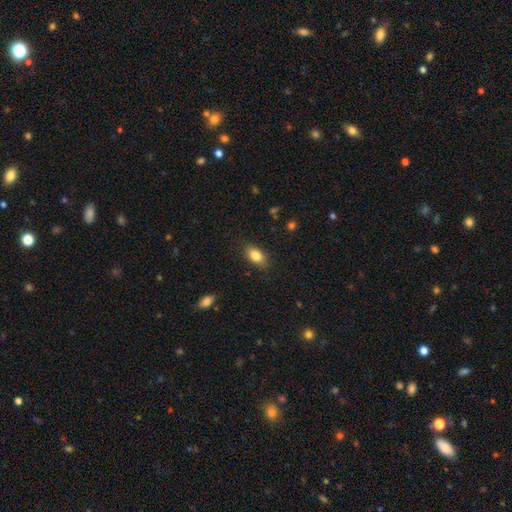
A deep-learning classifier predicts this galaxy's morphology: A smooth galaxy with no disk features (83%) that is in between round and cigar-shaped (88%).

Vote fractions:
- Smooth or featured? smooth: 83% / featured or disk: 9% / star or artifact: 8%
- How rounded? in between: 88% / round: 8% / cigar-shaped: 4%
- Merging? none: 86% / minor disturbance: 11% / major disturbance: 3% / merger: 1%